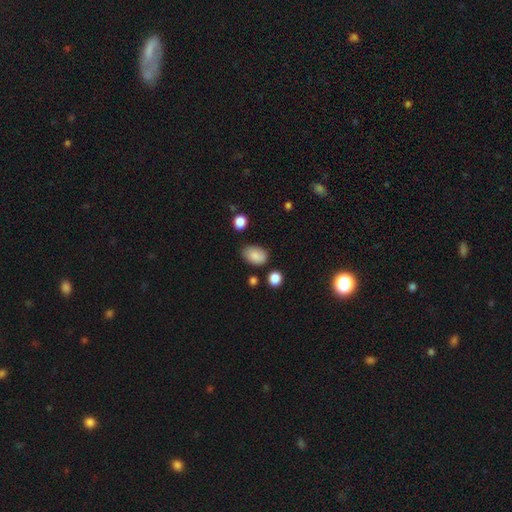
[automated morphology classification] This appears to be a smooth galaxy with no disk features (86%) that is in between round and cigar-shaped (87%). Merging: none (70%).